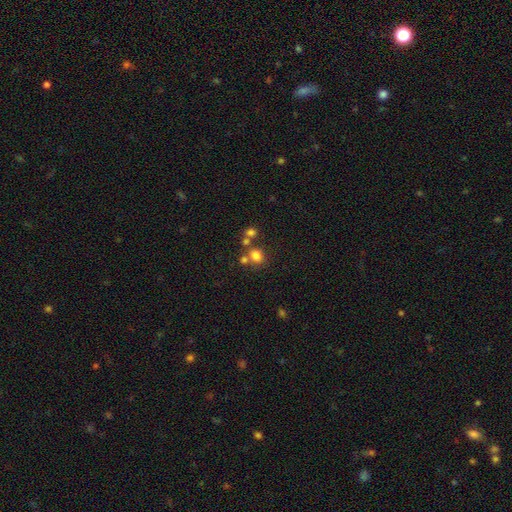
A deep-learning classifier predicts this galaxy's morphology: smooth 76%, star or artifact 15%, featured or disk 9%. Down the decision tree: how rounded — round (68%); merging — none (57%).